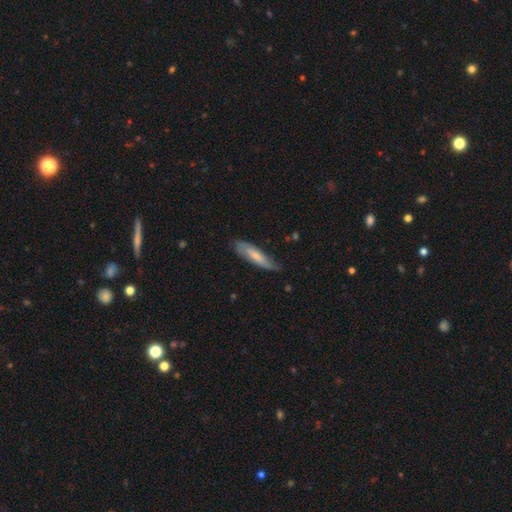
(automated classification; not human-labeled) This is possibly a smooth galaxy (59%). How rounded: likely cigar-shaped (69%). Merging: likely none (63%).